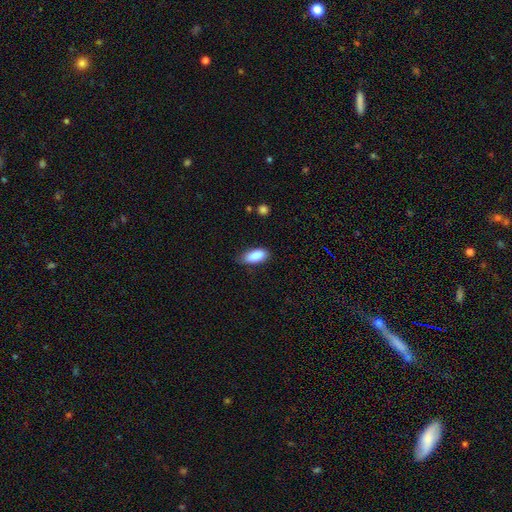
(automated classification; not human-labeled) Smooth or featured? Predicted: smooth (p=0.88). How rounded? Predicted: in between (p=0.87). Merging? Predicted: none (p=0.71).